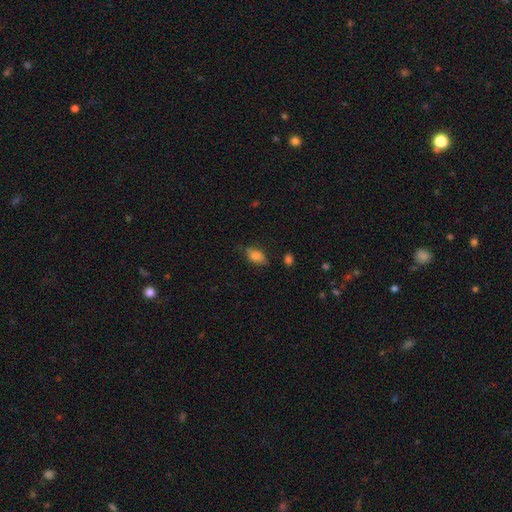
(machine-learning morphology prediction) This is likely a smooth galaxy (77%). How rounded: clearly in between (87%). Merging: likely none (70%).